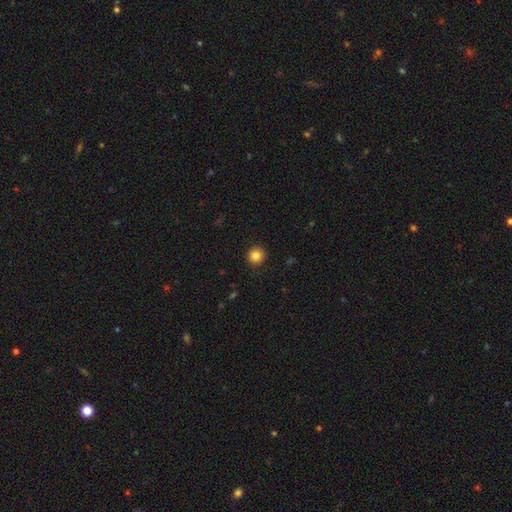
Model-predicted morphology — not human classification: smooth-or-featured: smooth: 84% | star or artifact: 11% | featured or disk: 5%
  how-rounded: round: 94% | in between: 5% | cigar-shaped: 1%
  merging: none: 92% | minor disturbance: 5% | major disturbance: 2% | merger: 1%